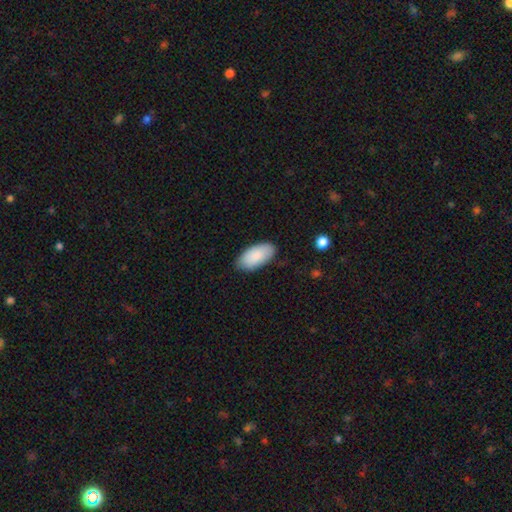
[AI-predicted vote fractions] A smooth galaxy with no disk features (87%) that is in between round and cigar-shaped (95%). Merging: none (81%).